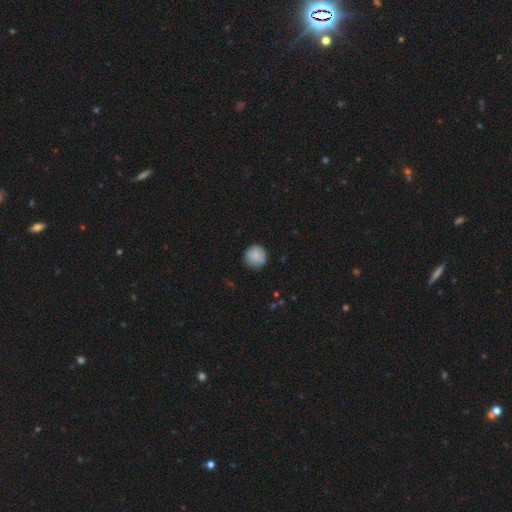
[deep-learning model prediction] smooth 84%, featured or disk 9%, star or artifact 7%. Down the decision tree: how rounded — round (93%); merging — none (81%).